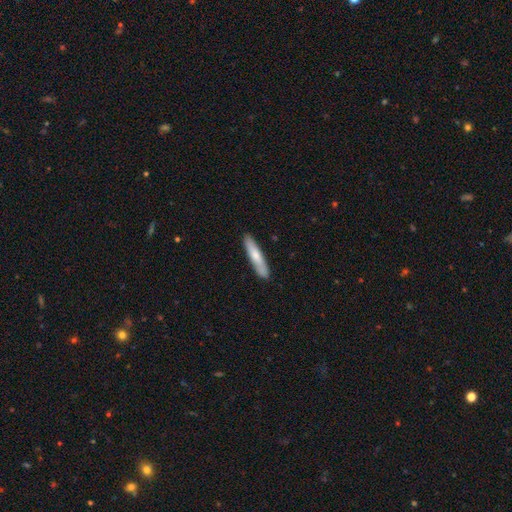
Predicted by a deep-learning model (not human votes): Smooth or featured: smooth — 69% (featured or disk — 26%)
How rounded: cigar-shaped — 88% (in between — 10%)
Merging: none — 88% (minor disturbance — 9%)